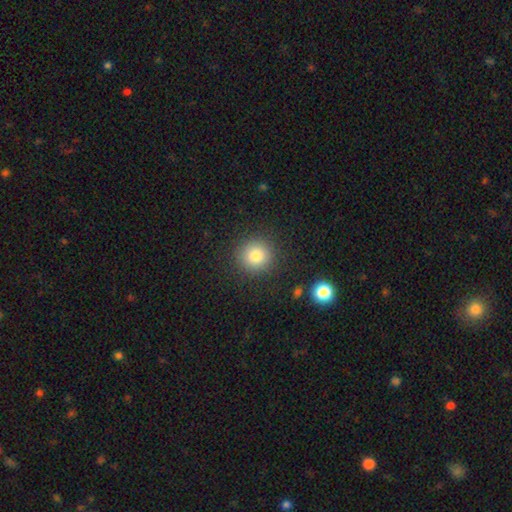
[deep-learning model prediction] smooth-or-featured: smooth: 81% | star or artifact: 12% | featured or disk: 8%
  how-rounded: round: 93% | in between: 6% | cigar-shaped: 1%
  merging: none: 89% | minor disturbance: 7% | major disturbance: 3% | merger: 1%